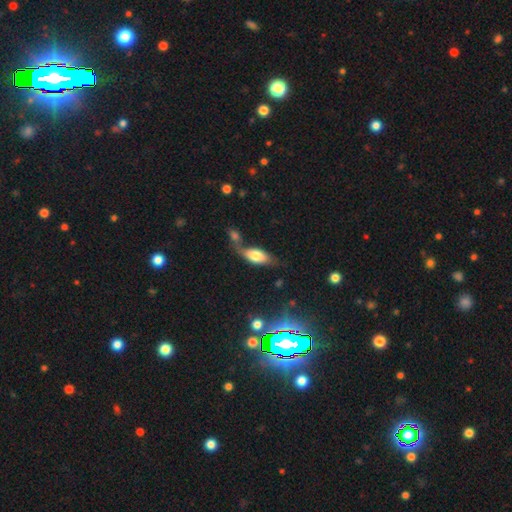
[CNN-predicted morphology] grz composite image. It shows a smooth galaxy with no disk features (69%) that is in between round and cigar-shaped (86%). Merging: merger (36%).